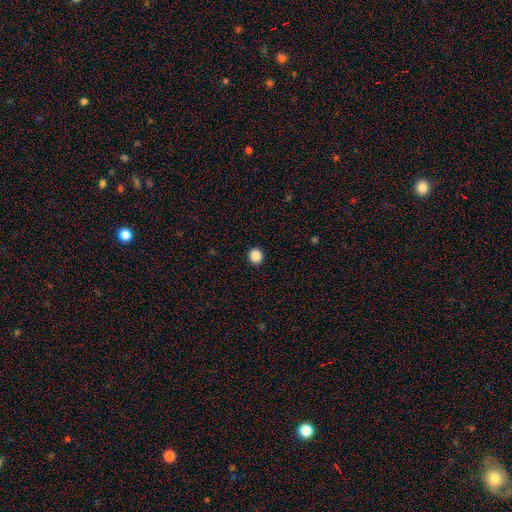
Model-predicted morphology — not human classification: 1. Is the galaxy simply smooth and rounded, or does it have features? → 88% smooth, 10% star or artifact, 3% featured or disk.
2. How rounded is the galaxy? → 89% round, 10% in between, 1% cigar-shaped.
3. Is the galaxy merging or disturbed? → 93% none, 4% minor disturbance, 2% major disturbance, 1% merger.